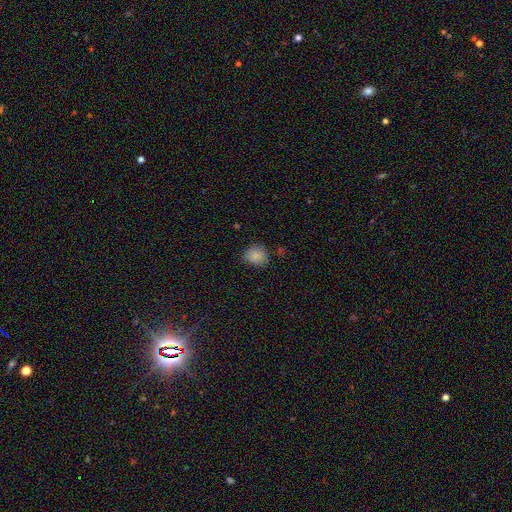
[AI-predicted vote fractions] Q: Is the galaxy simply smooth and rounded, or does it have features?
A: smooth — 85%.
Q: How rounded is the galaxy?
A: round — 73%.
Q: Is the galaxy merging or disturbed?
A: none — 70%.